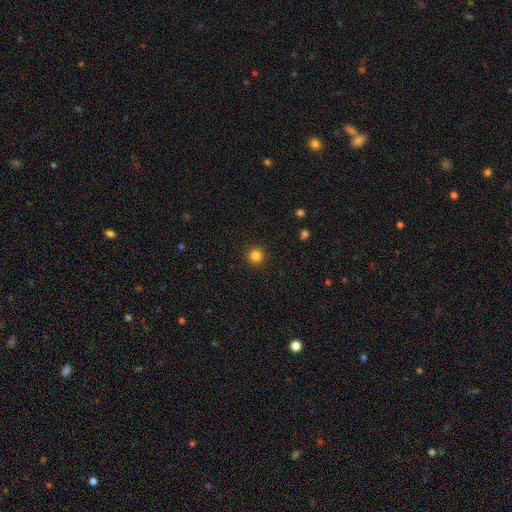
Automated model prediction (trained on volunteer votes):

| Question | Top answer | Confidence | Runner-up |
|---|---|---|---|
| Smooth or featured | smooth | 84% | star or artifact (12%) |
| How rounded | round | 95% | in between (4%) |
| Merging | none | 92% | minor disturbance (5%) |